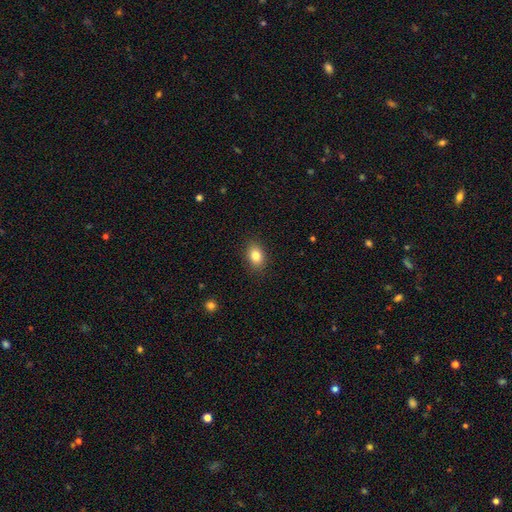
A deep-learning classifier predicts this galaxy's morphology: The model was most divided on "how rounded": in between: 75%, round: 24%, cigar-shaped: 1%. More confident: merging — none (88%); smooth or featured — smooth (83%).